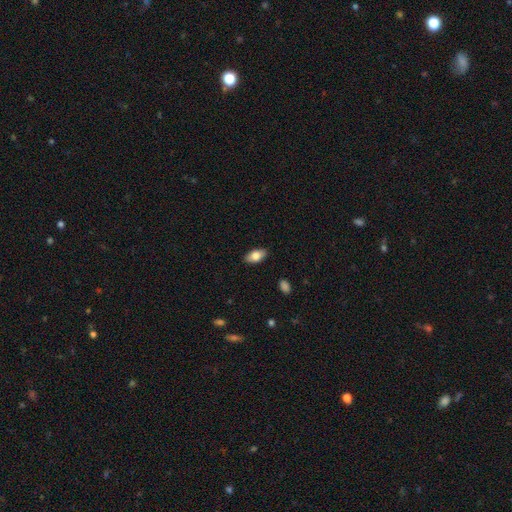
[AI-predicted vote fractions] A smooth galaxy with no disk features (79%) that is in between round and cigar-shaped (93%). Merging: none (88%).